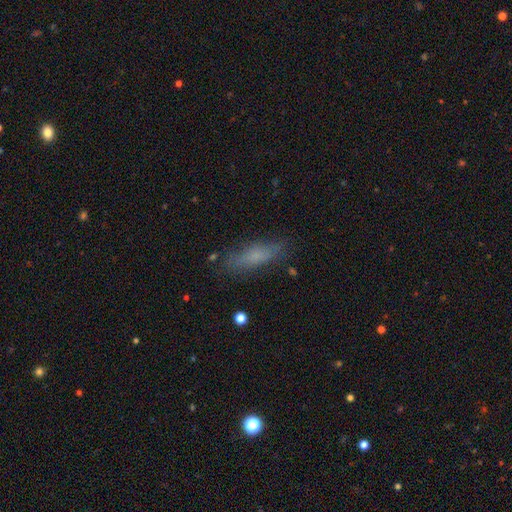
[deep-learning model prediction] The model was most divided on "how rounded": cigar-shaped: 61%, in between: 37%, round: 2%. More confident: merging — none (77%); smooth or featured — smooth (68%).